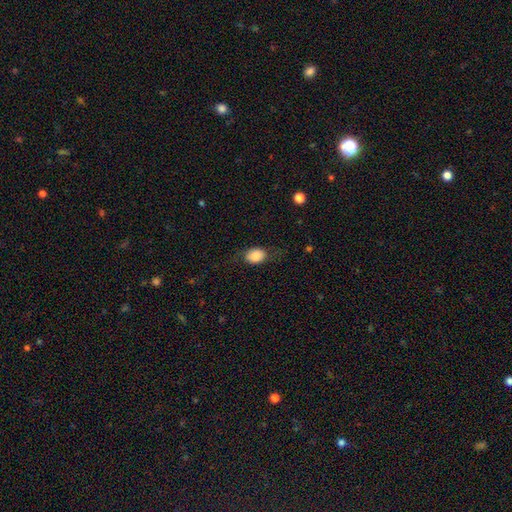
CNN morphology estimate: A smooth galaxy with no disk features (78%) that is in between round and cigar-shaped (66%). Merging: none (69%).